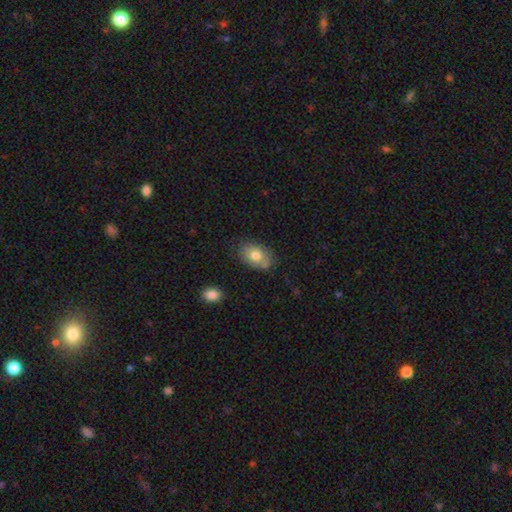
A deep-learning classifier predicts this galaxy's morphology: Q: Smooth or featured?
A: smooth (76%); runner-up: featured or disk (17%)
Q: How rounded?
A: in between (81%); runner-up: round (17%)
Q: Merging?
A: none (75%); runner-up: minor disturbance (18%)